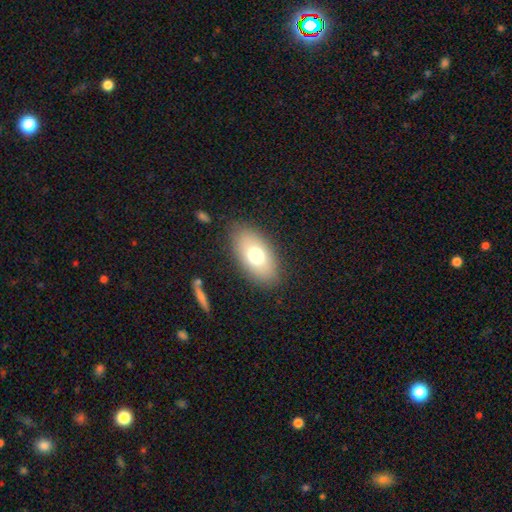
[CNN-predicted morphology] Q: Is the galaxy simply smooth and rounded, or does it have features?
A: smooth — 71%.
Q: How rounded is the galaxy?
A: in between — 91%.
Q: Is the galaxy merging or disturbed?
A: none — 84%.